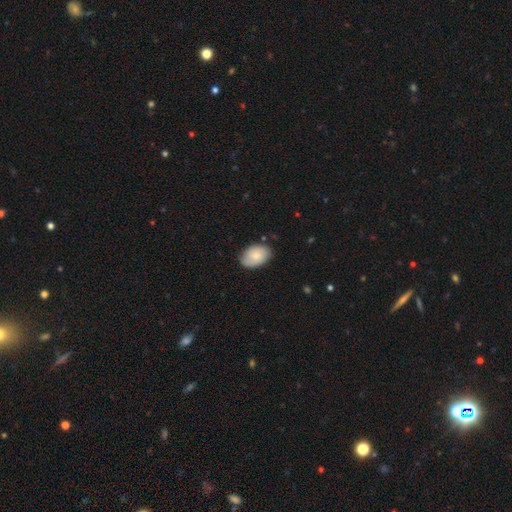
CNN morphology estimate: Smooth or featured?
  - smooth: 76% *
  - featured or disk: 18%
  - star or artifact: 6%
How rounded?
  - in between: 86% *
  - round: 13%
  - cigar-shaped: 1%
Merging?
  - none: 77% *
  - minor disturbance: 18%
  - major disturbance: 3%
  - merger: 1%